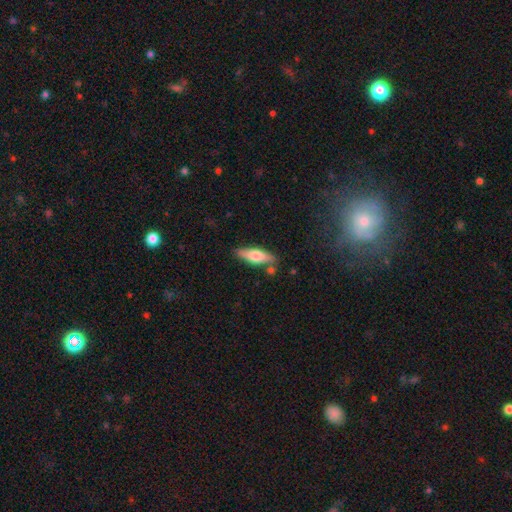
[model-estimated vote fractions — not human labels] smooth 60%, featured or disk 34%, star or artifact 6%. Down the decision tree: how rounded — in between (51%); merging — none (77%).